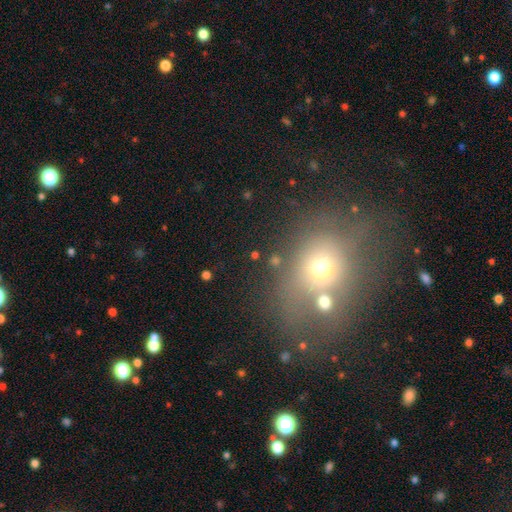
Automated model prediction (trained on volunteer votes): smooth-or-featured: smooth: 54% | star or artifact: 29% | featured or disk: 17%
  how-rounded: round: 61% | in between: 36% | cigar-shaped: 2%
  merging: none: 57% | merger: 21% | minor disturbance: 13% | major disturbance: 9%